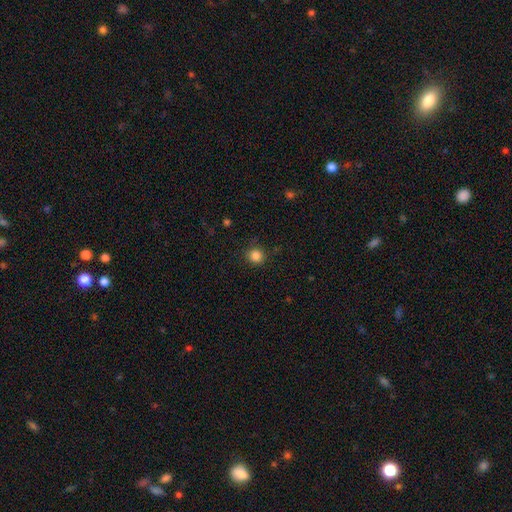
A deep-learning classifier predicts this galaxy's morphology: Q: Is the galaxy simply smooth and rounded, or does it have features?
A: smooth — 84%.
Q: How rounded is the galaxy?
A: round — 91%.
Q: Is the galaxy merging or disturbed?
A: none — 89%.